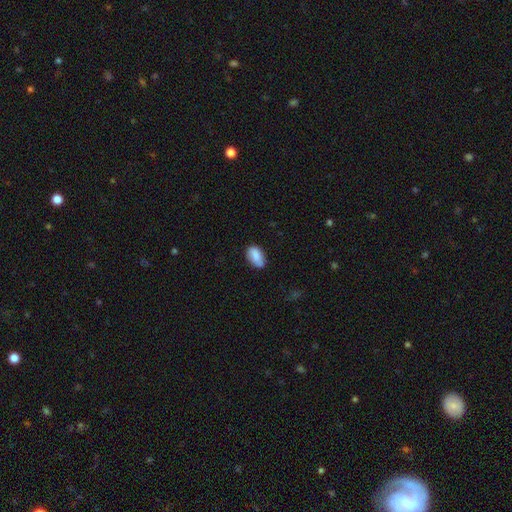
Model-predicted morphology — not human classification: smooth-or-featured: smooth: 85% | featured or disk: 8% | star or artifact: 7%
  how-rounded: in between: 91% | round: 6% | cigar-shaped: 3%
  merging: none: 69% | minor disturbance: 24% | major disturbance: 4% | merger: 3%